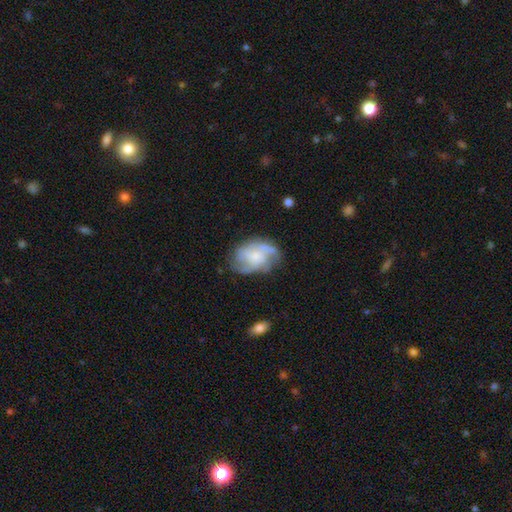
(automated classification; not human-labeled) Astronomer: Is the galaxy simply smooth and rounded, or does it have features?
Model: featured or disk — 67%.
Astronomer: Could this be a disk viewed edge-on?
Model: no — 97%.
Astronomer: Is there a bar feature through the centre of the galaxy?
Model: no — 65%.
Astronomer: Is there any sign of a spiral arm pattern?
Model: yes — 82%.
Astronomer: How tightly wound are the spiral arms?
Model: medium — 45% (runner-up: loose, 28%).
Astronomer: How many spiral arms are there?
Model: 2 — 31% (runner-up: can't tell, 28%).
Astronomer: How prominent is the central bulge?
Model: small — 42% (runner-up: moderate, 32%).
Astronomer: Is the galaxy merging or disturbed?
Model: none — 57%.